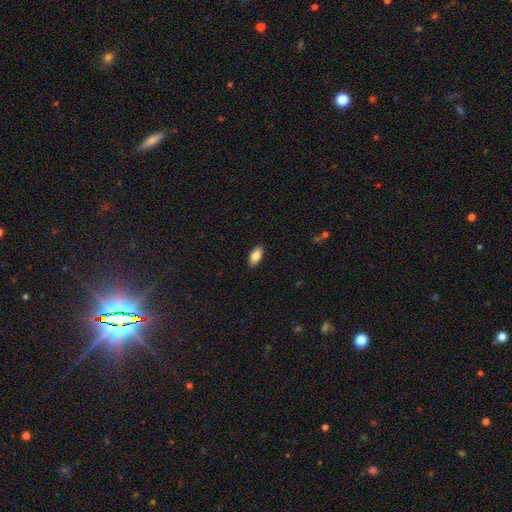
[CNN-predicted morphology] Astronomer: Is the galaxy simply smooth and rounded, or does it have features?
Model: smooth — 85%.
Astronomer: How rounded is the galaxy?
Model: in between — 90%.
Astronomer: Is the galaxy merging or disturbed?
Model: none — 89%.